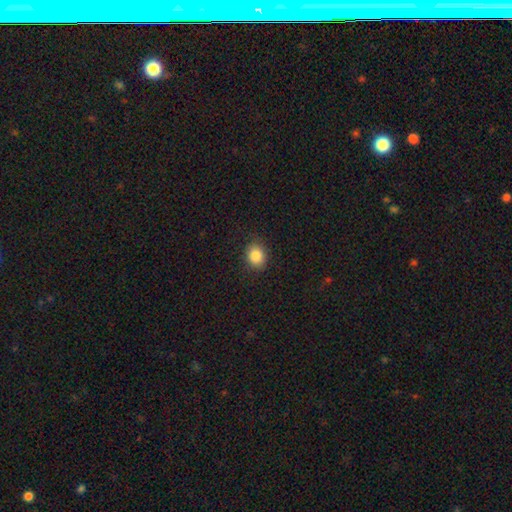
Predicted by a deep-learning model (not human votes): Smooth or featured? smooth (86%)
How rounded? round (62%)
Merging? none (87%)